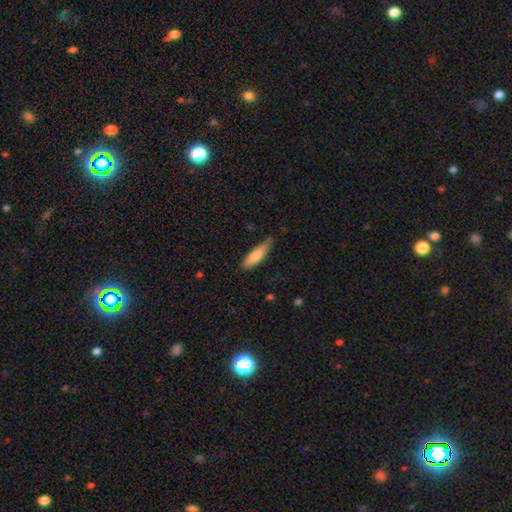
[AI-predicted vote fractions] Smooth or featured: smooth — 79% (featured or disk — 15%)
How rounded: cigar-shaped — 61% (in between — 37%)
Merging: none — 72% (minor disturbance — 23%)